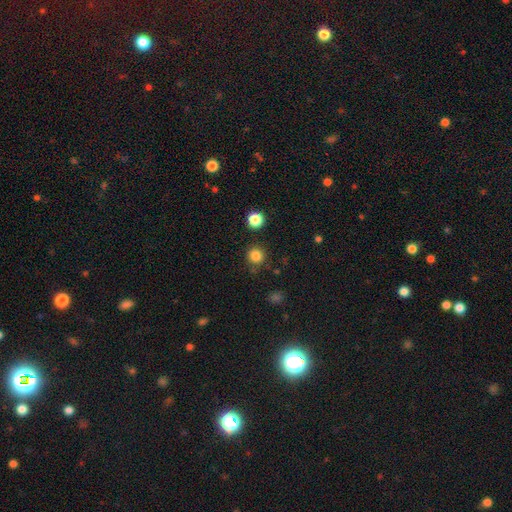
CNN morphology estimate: A smooth galaxy with no disk features (83%) that is round (93%).

Vote fractions:
- Smooth or featured? smooth: 83% / star or artifact: 13% / featured or disk: 4%
- How rounded? round: 93% / in between: 6% / cigar-shaped: 1%
- Merging? none: 85% / minor disturbance: 9% / merger: 3% / major disturbance: 3%